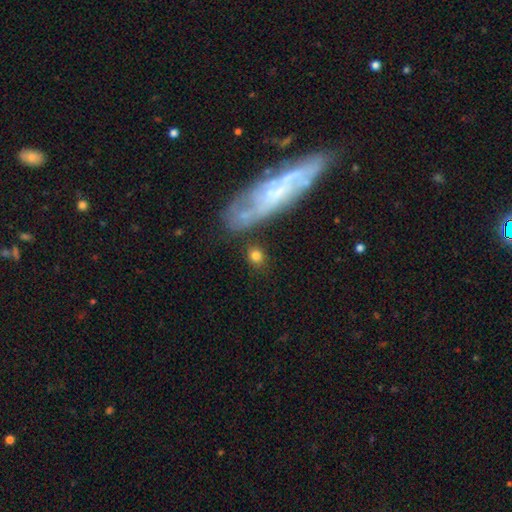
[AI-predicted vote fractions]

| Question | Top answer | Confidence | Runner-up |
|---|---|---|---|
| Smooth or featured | smooth | 79% | featured or disk (12%) |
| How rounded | round | 69% | in between (27%) |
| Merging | none | 80% | minor disturbance (10%) |